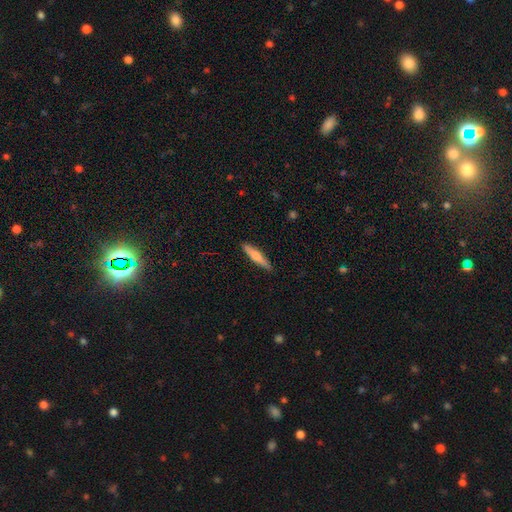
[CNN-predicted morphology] This is possibly a featured or disk galaxy (48%). Merging: clearly none (90%).